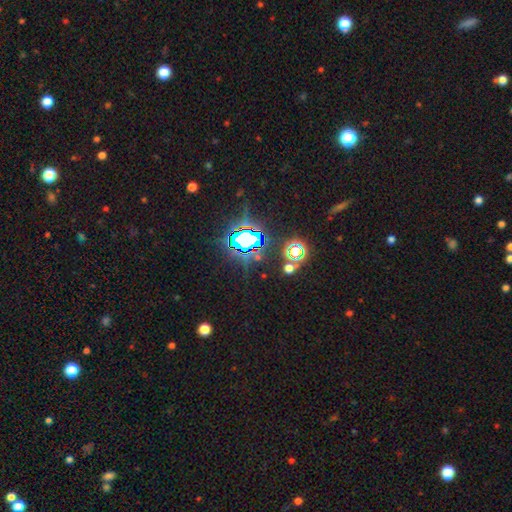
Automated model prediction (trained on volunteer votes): Overall: star or artifact (78%).